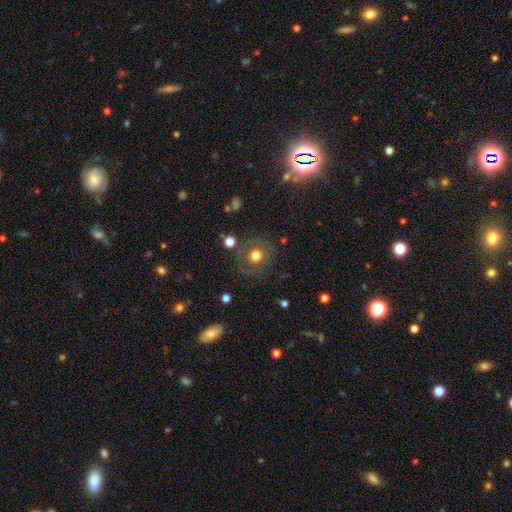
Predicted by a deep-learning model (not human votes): smooth-or-featured: smooth: 62% | featured or disk: 26% | star or artifact: 12%
  how-rounded: round: 91% | in between: 8% | cigar-shaped: 1%
  merging: none: 80% | minor disturbance: 12% | major disturbance: 7% | merger: 2%